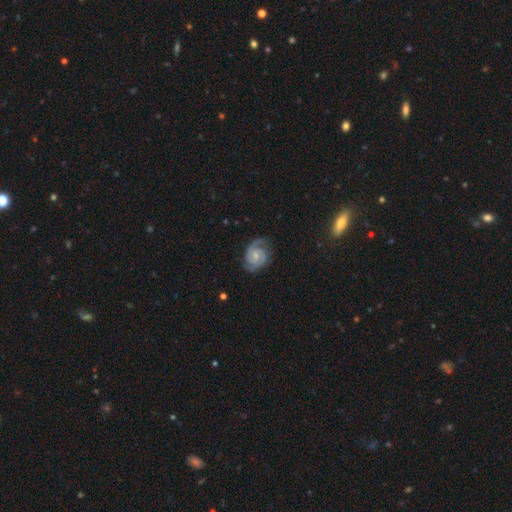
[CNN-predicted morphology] Smooth or featured: featured or disk — 88% (smooth — 7%)
Edge-on disk: no — 98% (yes — 2%)
Bar: no — 48% (weak — 44%)
Spiral arms: yes — 98% (no — 2%)
Spiral winding: tight — 55% (medium — 38%)
Spiral arm count: 2 — 85% (3 — 6%)
Bulge size: small — 54% (moderate — 36%)
Merging: none — 77% (minor disturbance — 17%)